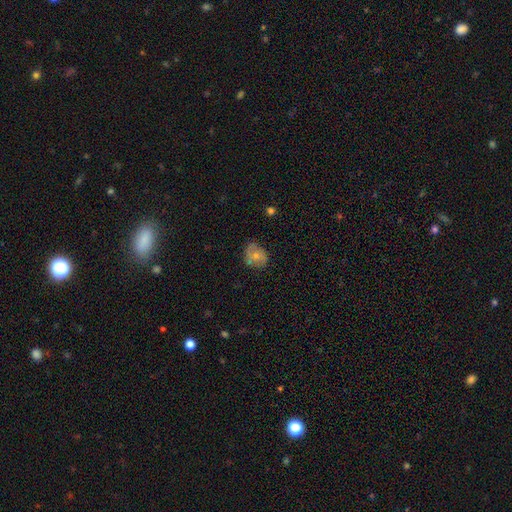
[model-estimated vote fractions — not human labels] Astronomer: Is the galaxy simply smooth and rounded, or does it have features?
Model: smooth — 55% (runner-up: featured or disk, 37%).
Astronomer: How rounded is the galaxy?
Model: in between — 52% (runner-up: round, 46%).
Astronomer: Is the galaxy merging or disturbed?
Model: none — 61%.